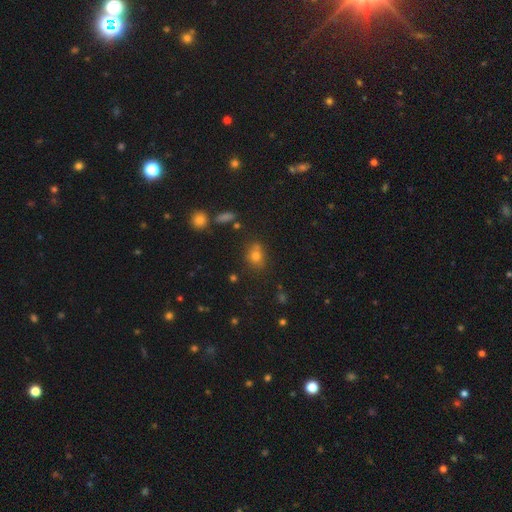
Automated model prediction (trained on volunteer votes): Smooth or featured? Predicted: smooth (p=0.74). How rounded? Predicted: in between (p=0.52). Merging? Predicted: none (p=0.68).